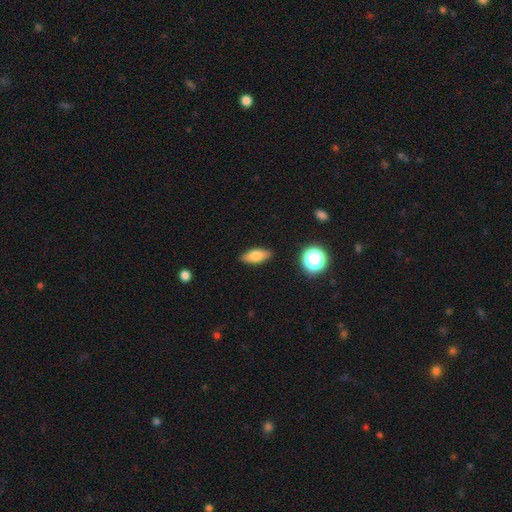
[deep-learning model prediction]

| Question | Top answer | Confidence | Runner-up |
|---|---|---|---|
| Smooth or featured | smooth | 74% | featured or disk (18%) |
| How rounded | in between | 76% | cigar-shaped (19%) |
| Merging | none | 87% | minor disturbance (10%) |